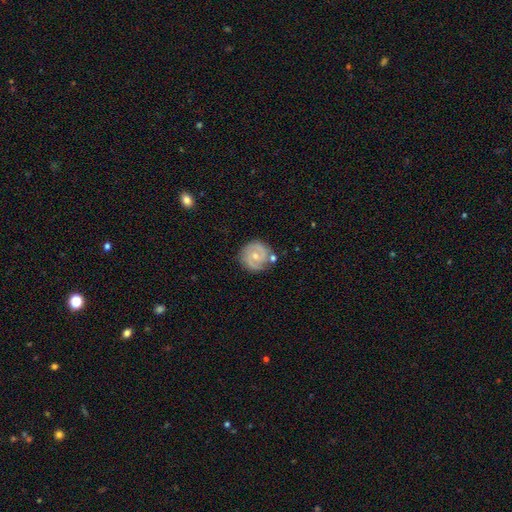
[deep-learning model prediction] This appears to be a featured or disk galaxy (71%) with no bar (62%), 2 (78%) tight (52%) spiral arms (90%) and a moderate central bulge (51%). Merging: none (76%).